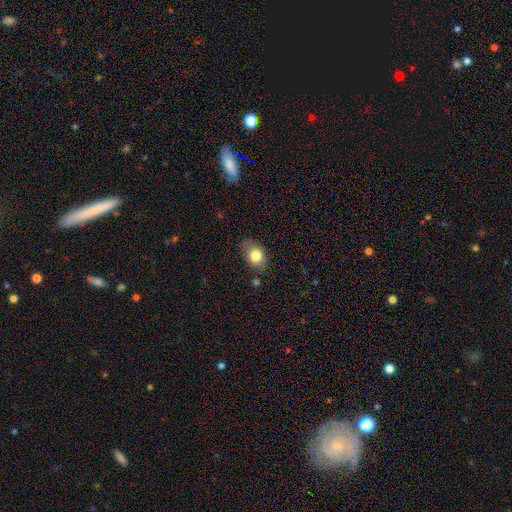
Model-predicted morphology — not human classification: smooth 78%, featured or disk 14%, star or artifact 8%. Down the decision tree: how rounded — in between (70%); merging — none (70%).